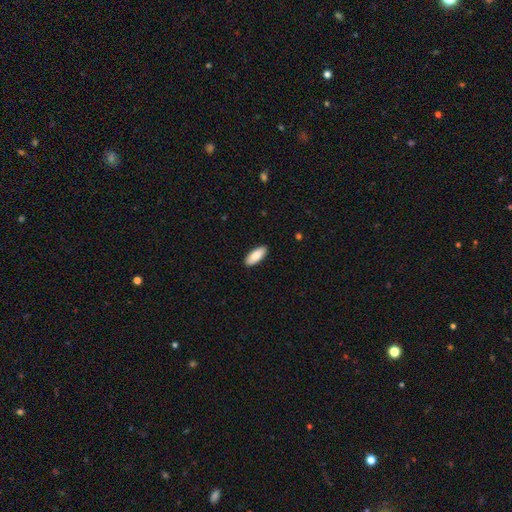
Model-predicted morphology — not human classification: Smooth or featured? smooth (87%)
How rounded? in between (82%)
Merging? none (90%)